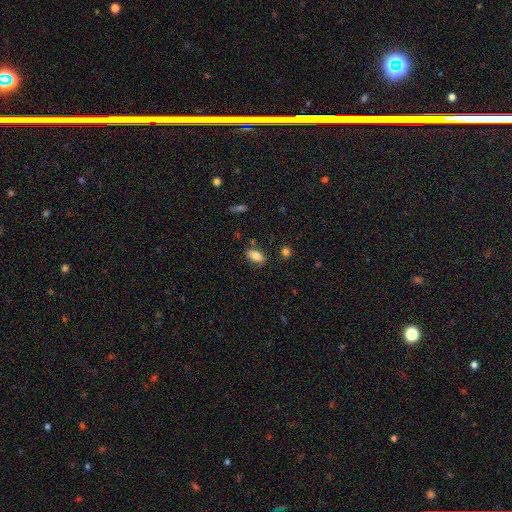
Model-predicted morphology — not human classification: type=smooth (82%); roundness=in between (90%); merging=none (82%).